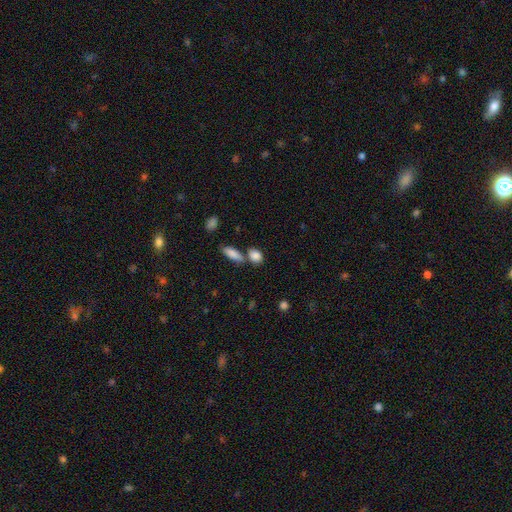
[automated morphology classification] Smooth or featured: smooth — 86% (star or artifact — 8%)
How rounded: in between — 64% (round — 29%)
Merging: none — 57% (merger — 27%)